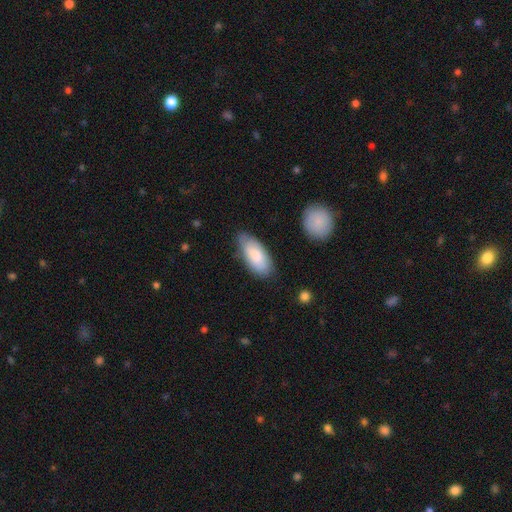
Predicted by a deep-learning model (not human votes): The model was most divided on "merging": none: 70%, minor disturbance: 23%, major disturbance: 4%, merger: 2%. More confident: how rounded — in between (89%); smooth or featured — smooth (77%).